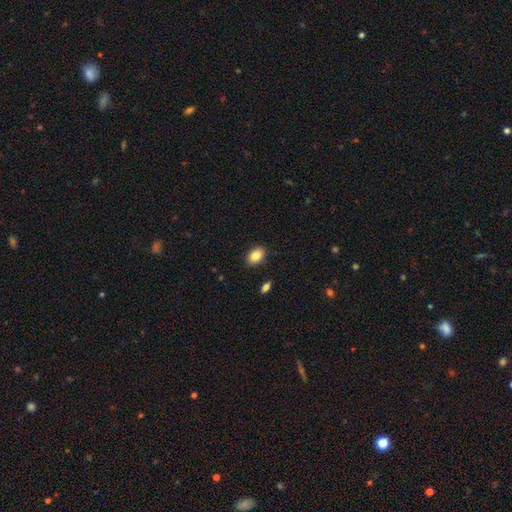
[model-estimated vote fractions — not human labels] smooth_or_featured: smooth (p=0.85) [alt: star or artifact p=0.08]
how_rounded: in between (p=0.84) [alt: round p=0.15]
merging: none (p=0.89) [alt: minor disturbance p=0.08]